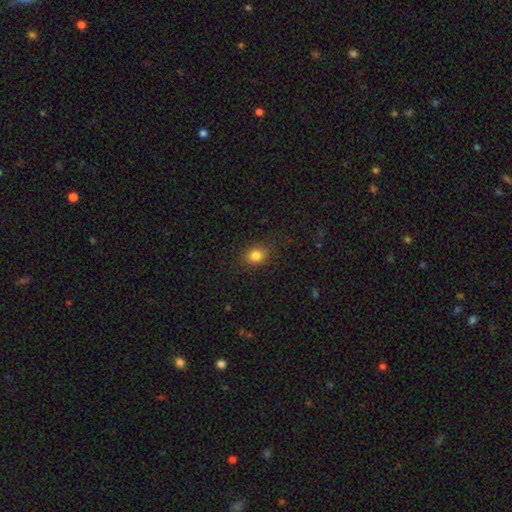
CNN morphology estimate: This is clearly a smooth galaxy (82%). How rounded: possibly round (53%). Merging: clearly none (85%).